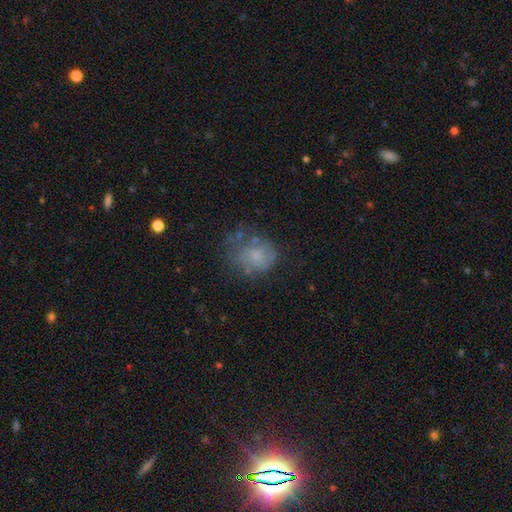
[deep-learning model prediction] Smooth or featured? Predicted: smooth (p=0.60). How rounded? Predicted: round (p=0.62). Merging? Predicted: none (p=0.45).